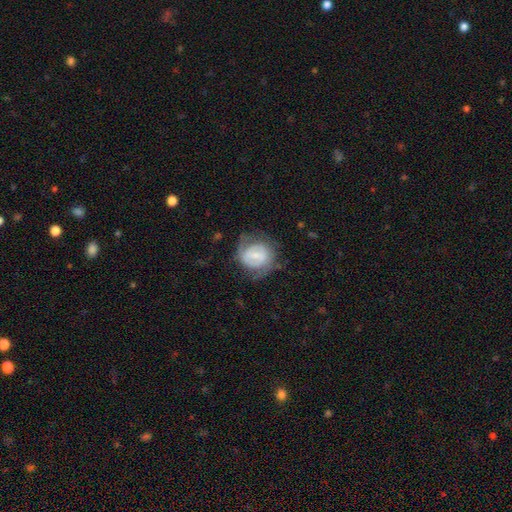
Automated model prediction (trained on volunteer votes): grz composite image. It shows a featured or disk galaxy (60%) with a weak bar (49%), spiral arms (75%) and a small central bulge (59%). Merging: none (58%).